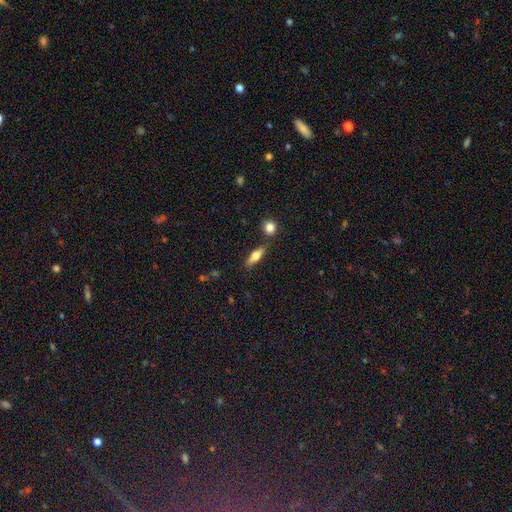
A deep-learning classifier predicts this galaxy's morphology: Overall: smooth (64%; featured or disk 28%). How rounded: in between (51%; cigar-shaped 45%). Merging: none (78%).